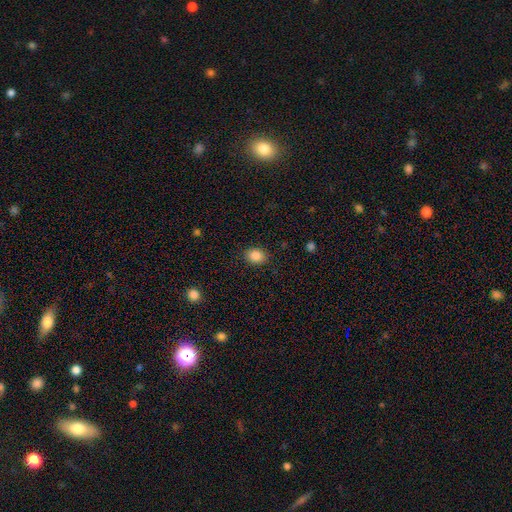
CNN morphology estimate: Smooth or featured?
  - smooth: 87% *
  - star or artifact: 9%
  - featured or disk: 4%
How rounded?
  - in between: 57% *
  - round: 42%
  - cigar-shaped: 1%
Merging?
  - none: 88% *
  - minor disturbance: 9%
  - major disturbance: 3%
  - merger: 1%